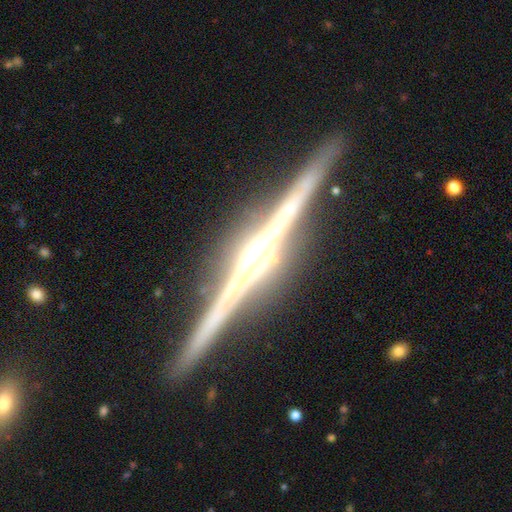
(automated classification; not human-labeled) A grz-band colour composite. It shows a featured or disk galaxy (90%) viewed edge-on (99%) with a rounded central bulge (66%). Merging: none (90%).